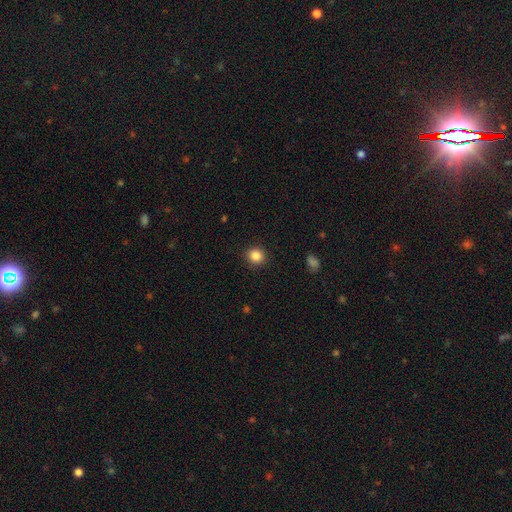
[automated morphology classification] Overall: smooth (86%). How rounded: round (86%). Merging: none (91%).